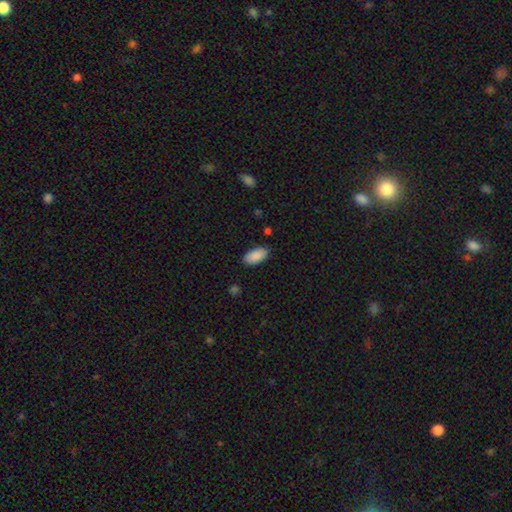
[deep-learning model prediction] Overall: smooth (90%). How rounded: in between (93%). Merging: none (86%).